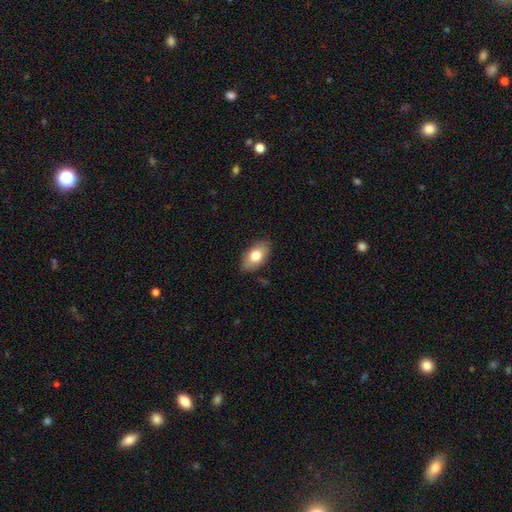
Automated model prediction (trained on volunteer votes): Q: Smooth or featured?
A: smooth (76%); runner-up: featured or disk (17%)
Q: How rounded?
A: in between (91%); runner-up: round (6%)
Q: Merging?
A: none (85%); runner-up: minor disturbance (11%)